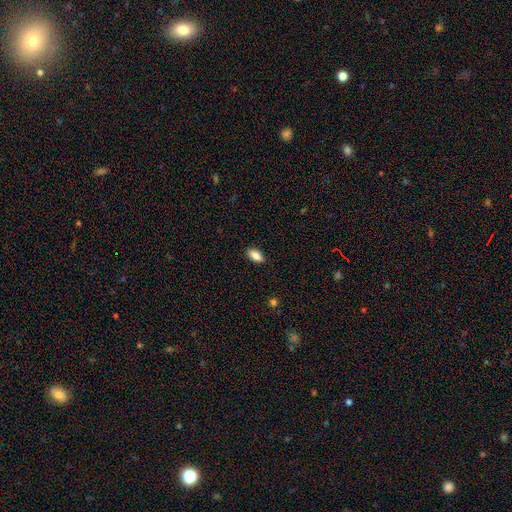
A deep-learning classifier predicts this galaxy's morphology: smooth-or-featured: smooth: 85% | star or artifact: 8% | featured or disk: 7%
  how-rounded: in between: 88% | cigar-shaped: 9% | round: 3%
  merging: none: 88% | minor disturbance: 9% | major disturbance: 2% | merger: 1%